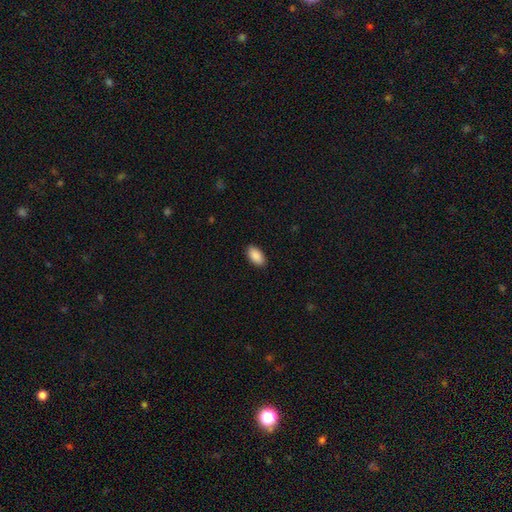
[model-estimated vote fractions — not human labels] Q: Smooth or featured?
A: smooth (90%); runner-up: star or artifact (6%)
Q: How rounded?
A: in between (95%); runner-up: round (3%)
Q: Merging?
A: none (89%); runner-up: minor disturbance (8%)